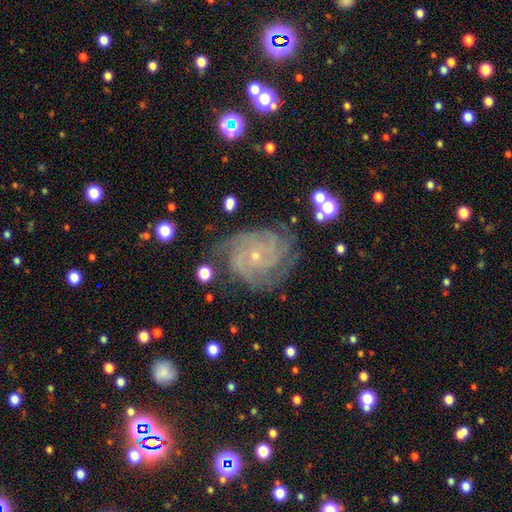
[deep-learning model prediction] Smooth or featured: featured or disk — 86% (star or artifact — 8%)
Edge-on disk: no — 97% (yes — 3%)
Bar: no — 75% (weak — 20%)
Spiral arms: yes — 98% (no — 2%)
Spiral winding: tight — 72% (medium — 24%)
Spiral arm count: 4 — 27% (3 — 24%)
Bulge size: small — 81% (moderate — 15%)
Merging: none — 73% (minor disturbance — 18%)